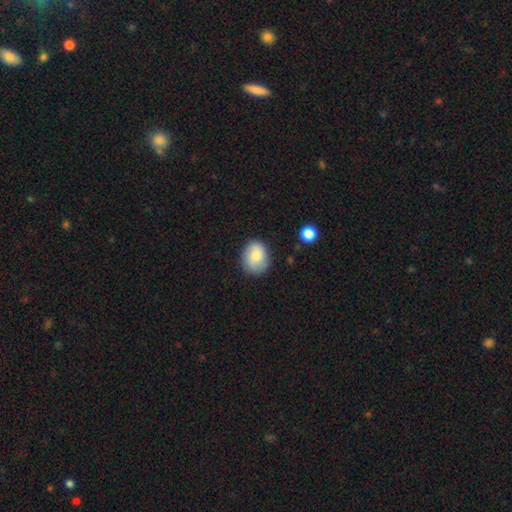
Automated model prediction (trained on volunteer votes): A smooth galaxy with no disk features (79%) that is round (51%). Merging: none (81%).